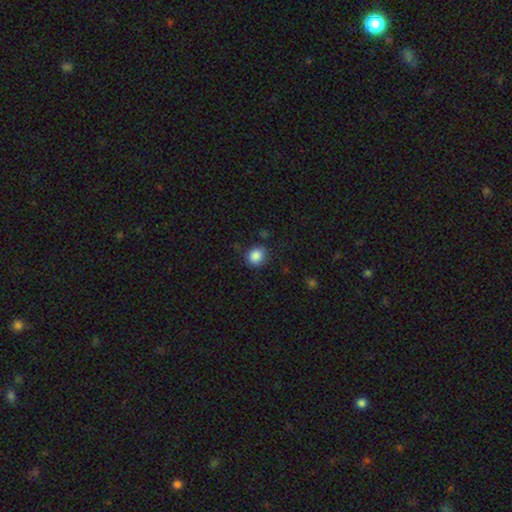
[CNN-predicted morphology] type=smooth (87%); roundness=round (78%); merging=none (82%).